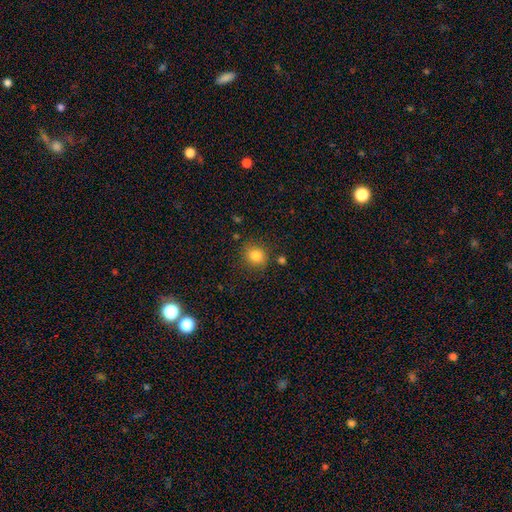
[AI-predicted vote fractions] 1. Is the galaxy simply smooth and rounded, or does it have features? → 82% smooth, 12% star or artifact, 6% featured or disk.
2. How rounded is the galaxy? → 78% round, 21% in between, 1% cigar-shaped.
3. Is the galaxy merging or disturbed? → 83% none, 11% minor disturbance, 3% major disturbance, 3% merger.